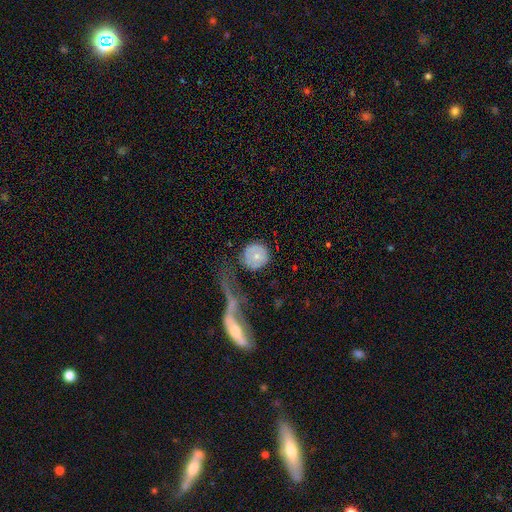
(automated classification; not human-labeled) This is likely a smooth galaxy (66%). How rounded: clearly round (91%). Merging: likely none (61%).